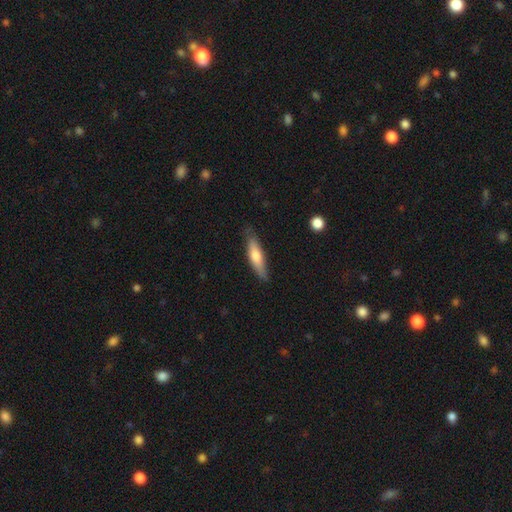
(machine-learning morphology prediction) A smooth galaxy with no disk features (65%) that is cigar-shaped (72%). Merging: none (80%).